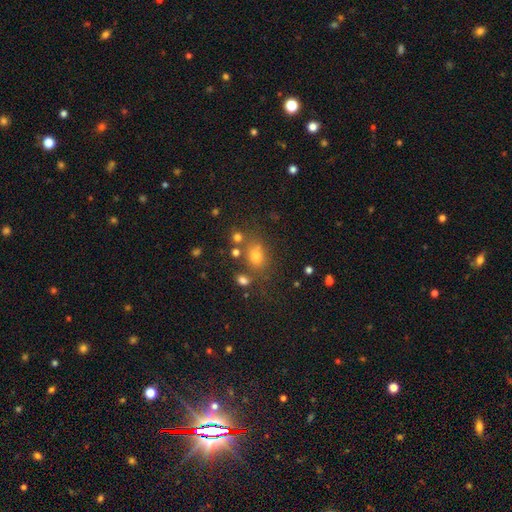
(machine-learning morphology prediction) smooth_or_featured: smooth (p=0.68) [alt: star or artifact p=0.23]
how_rounded: in between (p=0.53) [alt: round p=0.45]
merging: none (p=0.67) [alt: minor disturbance p=0.14]